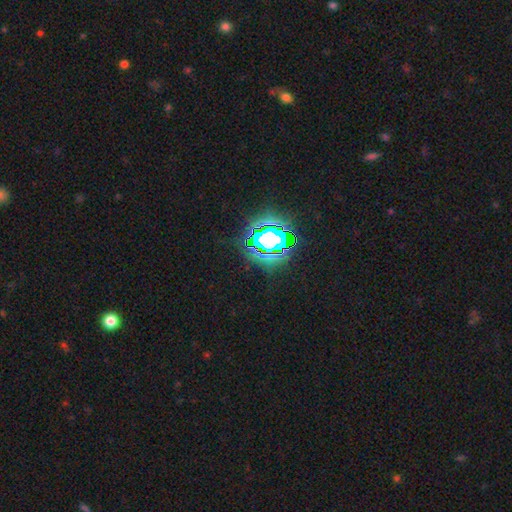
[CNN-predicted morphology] smooth-or-featured: star or artifact: 82% | smooth: 12% | featured or disk: 7%